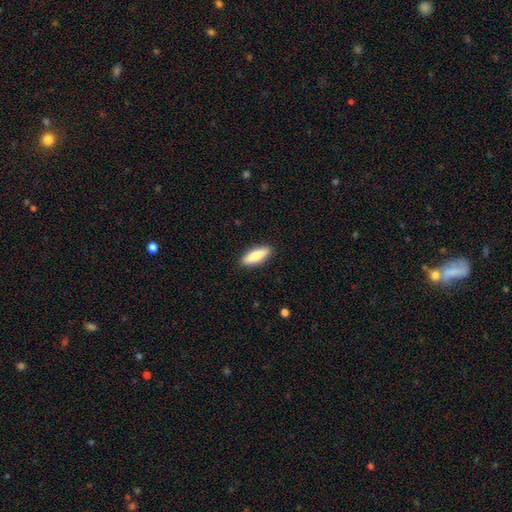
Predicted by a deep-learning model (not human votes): Smooth or featured? smooth (80%)
How rounded? in between (57%)
Merging? none (90%)